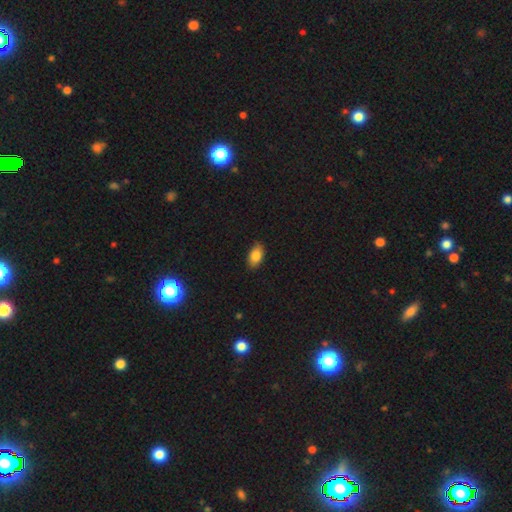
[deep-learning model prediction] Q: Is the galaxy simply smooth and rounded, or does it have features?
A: smooth — 84%.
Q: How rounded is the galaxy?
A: in between — 92%.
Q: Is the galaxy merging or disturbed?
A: none — 86%.